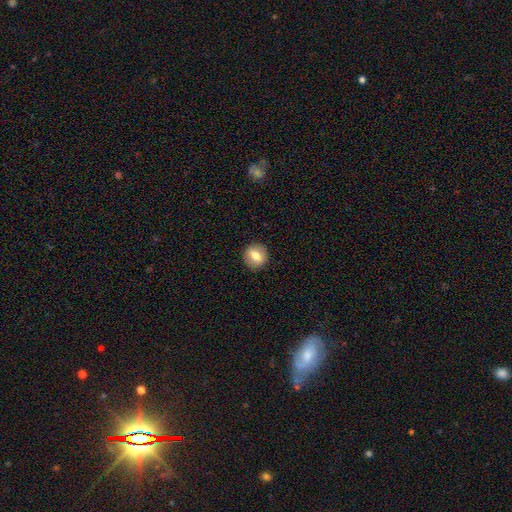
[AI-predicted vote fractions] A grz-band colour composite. It shows a smooth galaxy with no disk features (69%) that is round (85%). Merging: none (90%).